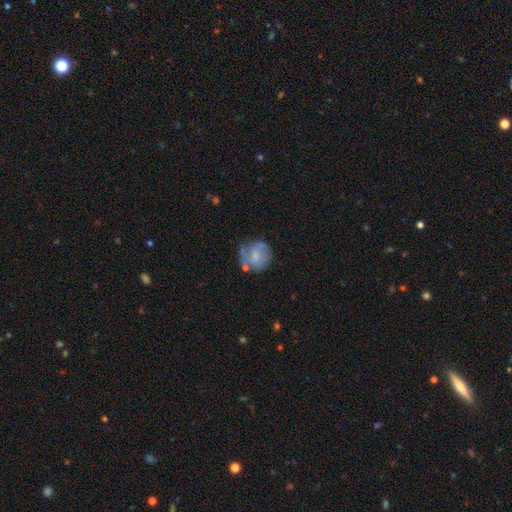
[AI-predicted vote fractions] Smooth or featured: smooth — 47% (featured or disk — 45%)
Merging: none — 53% (minor disturbance — 25%)